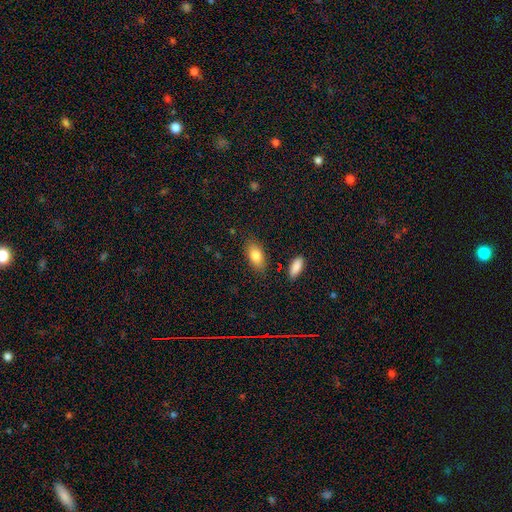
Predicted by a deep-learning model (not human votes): A smooth galaxy with no disk features (83%) that is in between round and cigar-shaped (90%). Merging: none (84%).